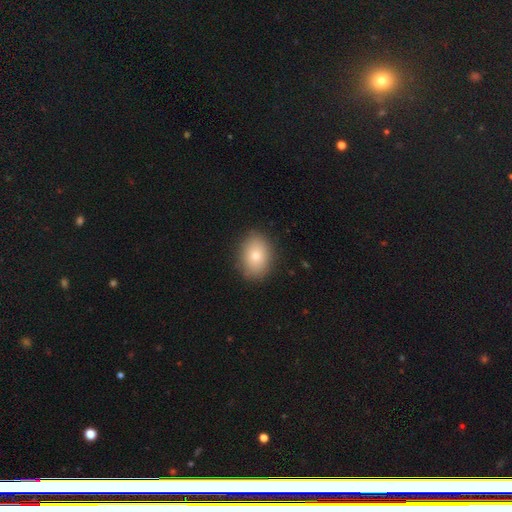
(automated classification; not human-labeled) Smooth or featured?
  - smooth: 78% *
  - featured or disk: 13%
  - star or artifact: 9%
How rounded?
  - in between: 68% *
  - round: 31%
  - cigar-shaped: 1%
Merging?
  - none: 87% *
  - minor disturbance: 10%
  - major disturbance: 3%
  - merger: 1%